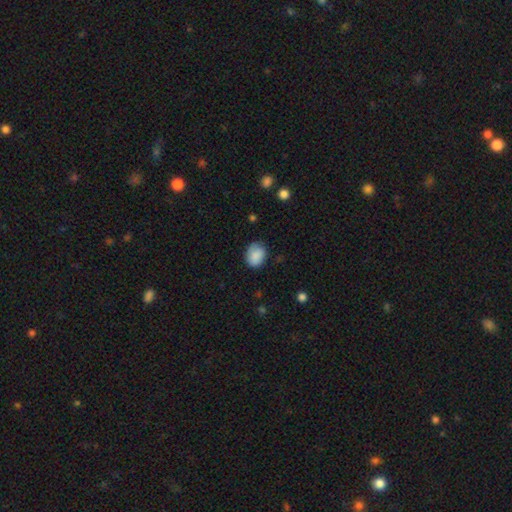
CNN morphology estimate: smooth 86%, star or artifact 7%, featured or disk 6%. Down the decision tree: how rounded — in between (56%); merging — none (72%).